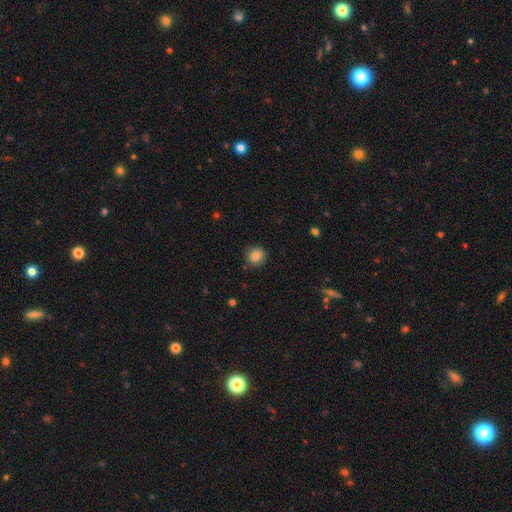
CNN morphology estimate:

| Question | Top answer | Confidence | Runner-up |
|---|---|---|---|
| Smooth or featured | smooth | 84% | star or artifact (10%) |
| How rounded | round | 92% | in between (7%) |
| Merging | none | 90% | minor disturbance (7%) |